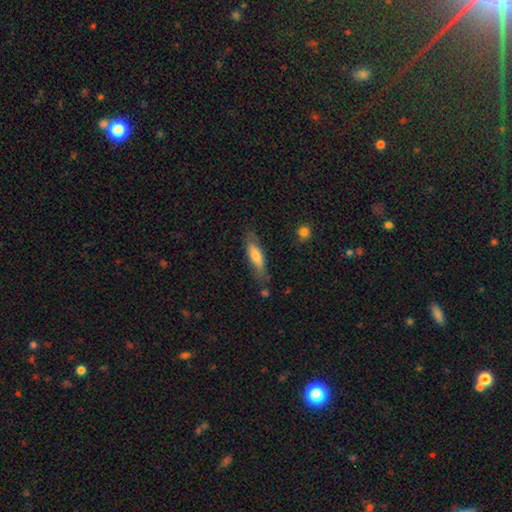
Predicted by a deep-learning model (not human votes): A smooth galaxy with no disk features (70%) that is cigar-shaped (61%).

Vote fractions:
- Smooth or featured? smooth: 70% / featured or disk: 24% / star or artifact: 6%
- How rounded? cigar-shaped: 61% / in between: 37% / round: 2%
- Merging? none: 73% / minor disturbance: 20% / major disturbance: 5% / merger: 3%